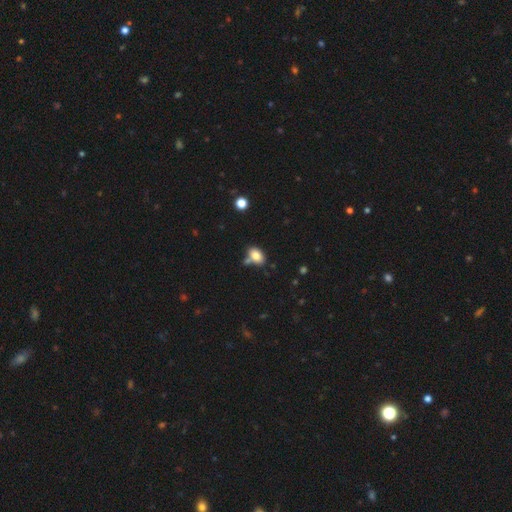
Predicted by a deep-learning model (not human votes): Smooth or featured: smooth — 82% (featured or disk — 9%)
How rounded: in between — 85% (round — 13%)
Merging: none — 61% (merger — 20%)